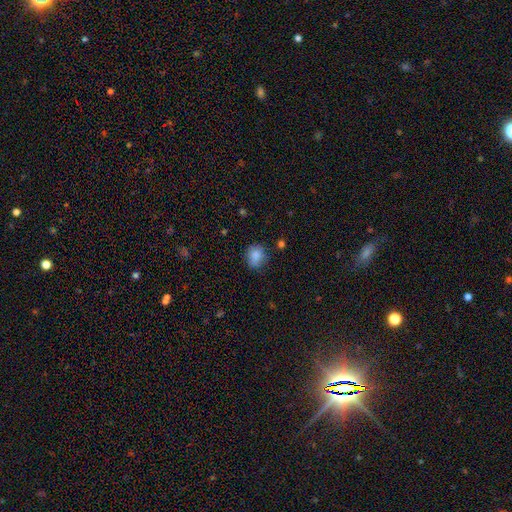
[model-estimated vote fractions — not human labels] smooth-or-featured: smooth: 82% | star or artifact: 9% | featured or disk: 8%
  how-rounded: round: 59% | in between: 39% | cigar-shaped: 1%
  merging: none: 69% | minor disturbance: 22% | major disturbance: 6% | merger: 3%